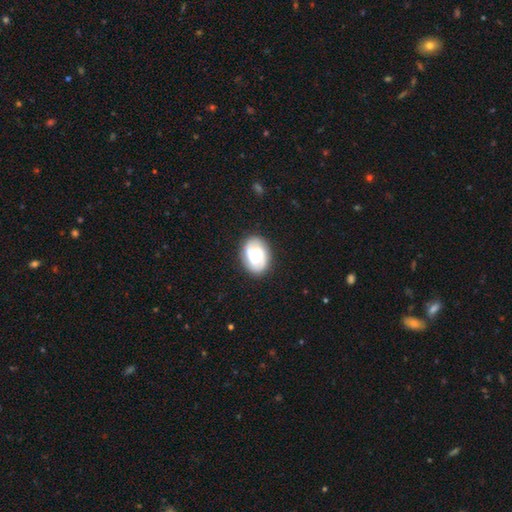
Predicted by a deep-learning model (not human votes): Smooth or featured: featured or disk — 76% (smooth — 19%)
Edge-on disk: no — 98% (yes — 2%)
Bar: weak — 50% (no — 31%)
Spiral arms: yes — 92% (no — 8%)
Spiral winding: tight — 52% (medium — 37%)
Spiral arm count: 2 — 86% (can't tell — 7%)
Bulge size: moderate — 56% (small — 20%)
Merging: none — 86% (minor disturbance — 10%)